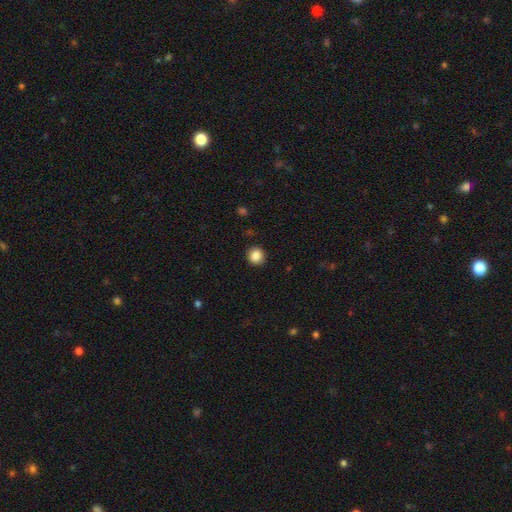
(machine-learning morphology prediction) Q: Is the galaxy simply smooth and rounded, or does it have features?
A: smooth — 85%.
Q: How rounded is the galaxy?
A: round — 91%.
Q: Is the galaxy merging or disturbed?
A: none — 91%.